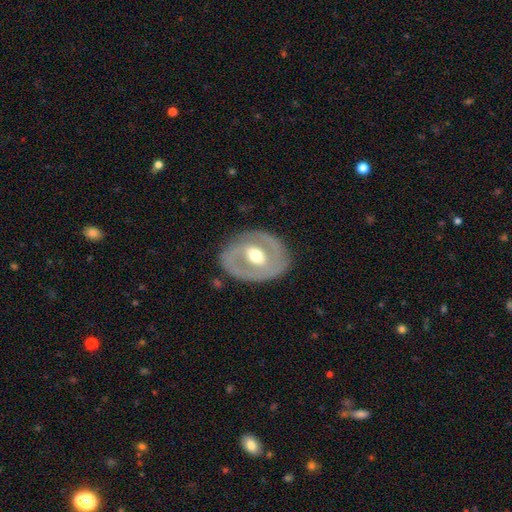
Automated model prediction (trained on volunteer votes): The model was most divided on "bar": weak: 41%, no: 33%, strong: 26%. More confident: edge-on disk — no (95%); merging — none (81%); smooth or featured — featured or disk (73%); bulge size — moderate (73%); spiral arms — yes (57%).